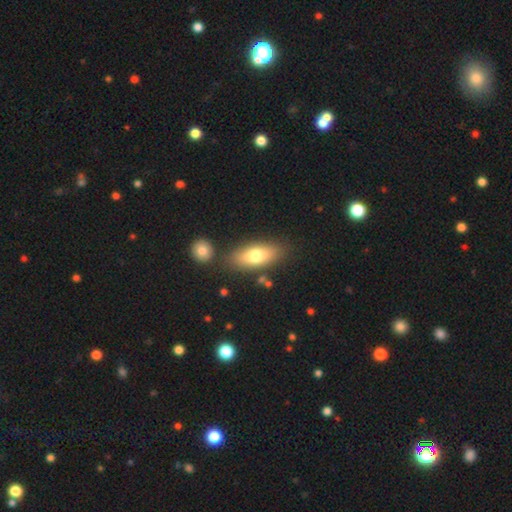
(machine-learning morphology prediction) A smooth galaxy with no disk features (72%) that is in between round and cigar-shaped (81%). Merging: none (78%).